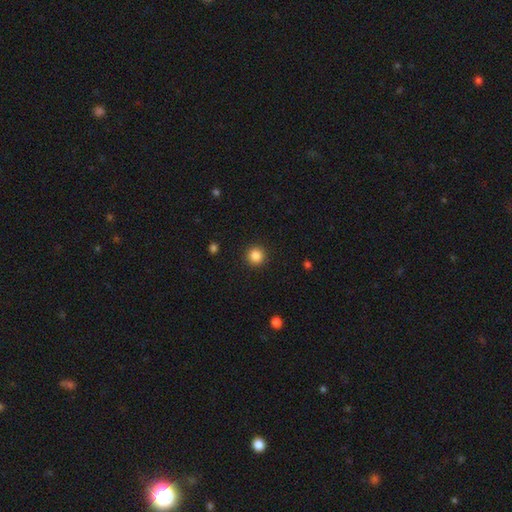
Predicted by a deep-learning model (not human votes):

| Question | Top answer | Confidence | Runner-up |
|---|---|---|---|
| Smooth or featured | smooth | 86% | star or artifact (11%) |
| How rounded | round | 95% | in between (4%) |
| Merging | none | 93% | minor disturbance (5%) |